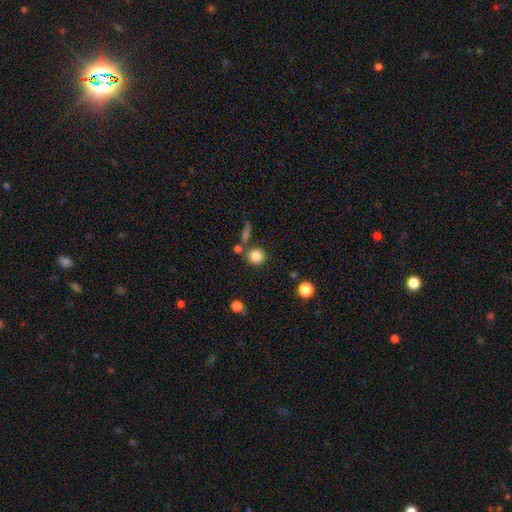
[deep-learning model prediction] A smooth galaxy with no disk features (83%) that is round (89%).

Vote fractions:
- Smooth or featured? smooth: 83% / star or artifact: 11% / featured or disk: 6%
- How rounded? round: 89% / in between: 10% / cigar-shaped: 1%
- Merging? none: 74% / merger: 13% / minor disturbance: 9% / major disturbance: 4%